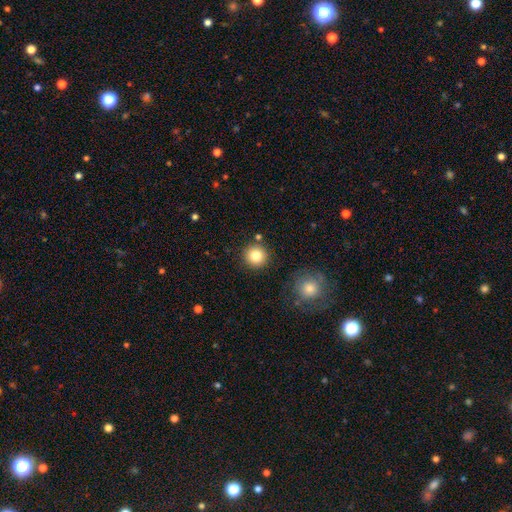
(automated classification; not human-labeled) Smooth or featured?
  - smooth: 83% *
  - star or artifact: 10%
  - featured or disk: 7%
How rounded?
  - round: 95% *
  - in between: 4%
  - cigar-shaped: 1%
Merging?
  - none: 86% *
  - minor disturbance: 7%
  - merger: 5%
  - major disturbance: 2%